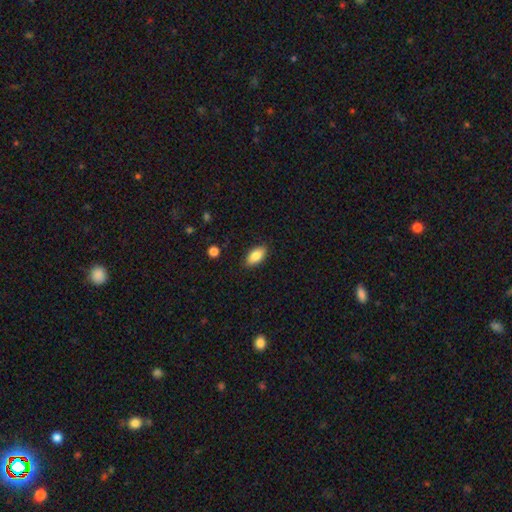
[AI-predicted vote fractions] Smooth or featured?
  - smooth: 83% *
  - featured or disk: 9%
  - star or artifact: 7%
How rounded?
  - in between: 91% *
  - cigar-shaped: 6%
  - round: 4%
Merging?
  - none: 87% *
  - minor disturbance: 10%
  - major disturbance: 2%
  - merger: 1%